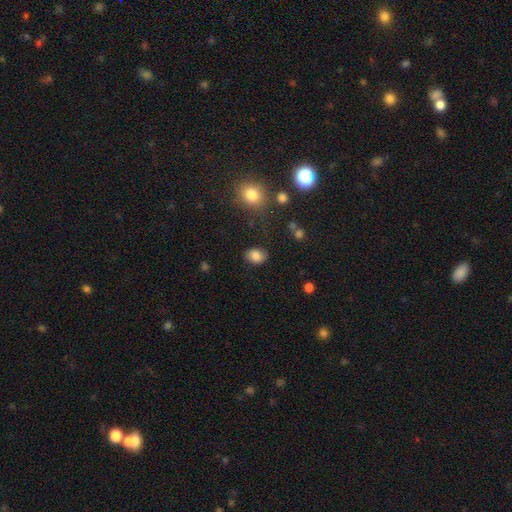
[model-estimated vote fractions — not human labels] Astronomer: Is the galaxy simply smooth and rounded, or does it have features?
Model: smooth — 83%.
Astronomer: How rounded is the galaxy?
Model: in between — 60% (runner-up: round, 39%).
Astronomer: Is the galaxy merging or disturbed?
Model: none — 80%.